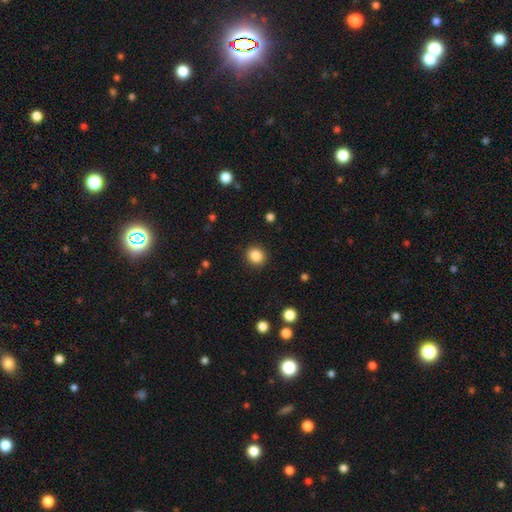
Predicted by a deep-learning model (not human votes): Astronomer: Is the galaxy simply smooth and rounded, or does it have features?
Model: smooth — 86%.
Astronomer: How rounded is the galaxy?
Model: round — 82%.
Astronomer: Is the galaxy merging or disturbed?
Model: none — 91%.